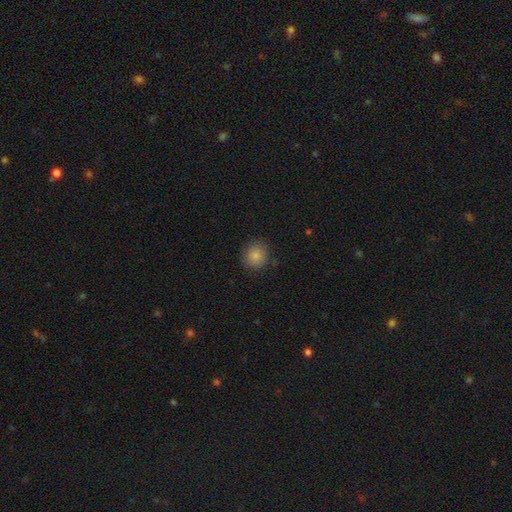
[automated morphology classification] Smooth or featured? smooth (85%)
How rounded? round (85%)
Merging? none (84%)